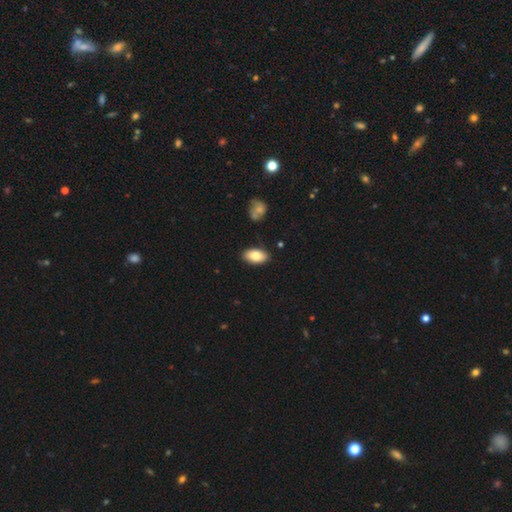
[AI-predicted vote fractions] Smooth or featured?
  - smooth: 81% *
  - featured or disk: 12%
  - star or artifact: 7%
How rounded?
  - in between: 94% *
  - round: 4%
  - cigar-shaped: 3%
Merging?
  - none: 87% *
  - minor disturbance: 10%
  - merger: 2%
  - major disturbance: 2%